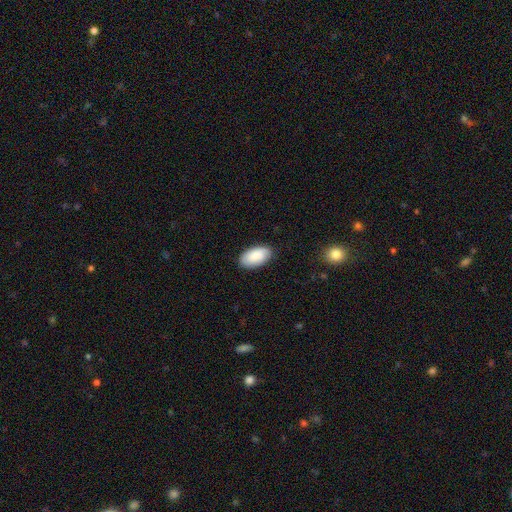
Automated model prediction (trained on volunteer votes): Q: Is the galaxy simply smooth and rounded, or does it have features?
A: smooth — 88%.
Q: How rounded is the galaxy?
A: in between — 96%.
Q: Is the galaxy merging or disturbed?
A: none — 86%.